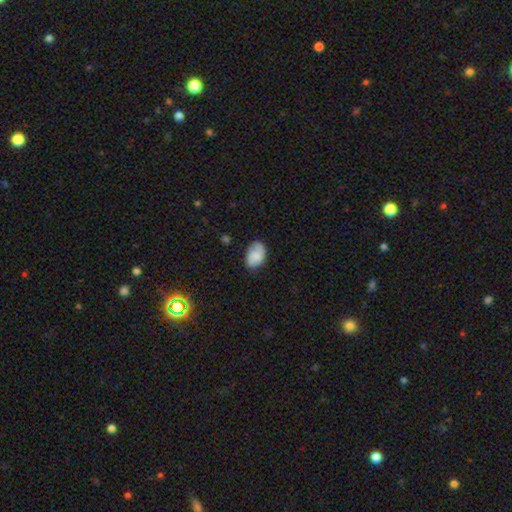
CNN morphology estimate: A smooth galaxy with no disk features (69%) that is in between round and cigar-shaped (85%).

Vote fractions:
- Smooth or featured? smooth: 69% / featured or disk: 23% / star or artifact: 8%
- How rounded? in between: 85% / round: 14% / cigar-shaped: 1%
- Merging? none: 73% / minor disturbance: 20% / major disturbance: 5% / merger: 1%